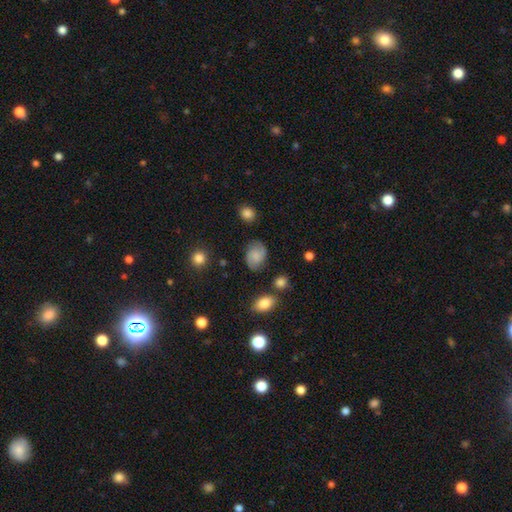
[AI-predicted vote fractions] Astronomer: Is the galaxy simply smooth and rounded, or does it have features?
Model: smooth — 52% (runner-up: featured or disk, 39%).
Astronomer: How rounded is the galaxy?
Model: in between — 71%.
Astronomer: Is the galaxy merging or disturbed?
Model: none — 75%.